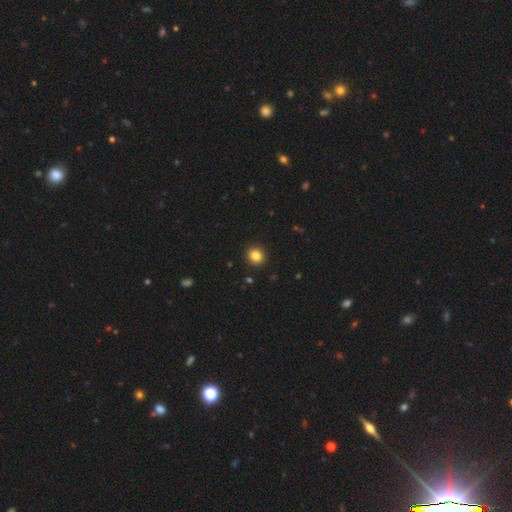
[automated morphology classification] type=smooth (84%); roundness=round (84%); merging=none (92%).